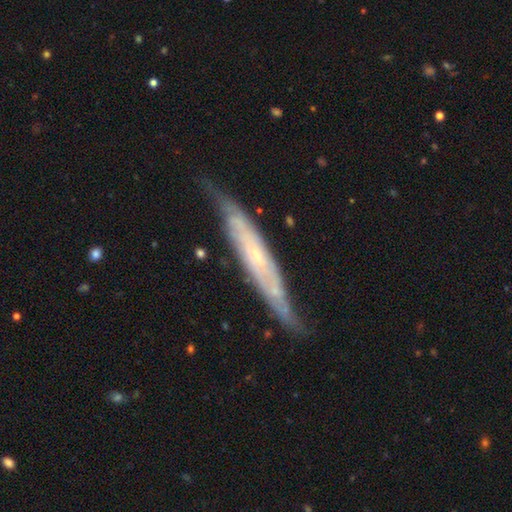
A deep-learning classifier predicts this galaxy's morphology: Q: Smooth or featured?
A: featured or disk (76%); runner-up: smooth (18%)
Q: Edge-on disk?
A: yes (58%); runner-up: no (42%)
Q: Merging?
A: none (69%); runner-up: minor disturbance (24%)